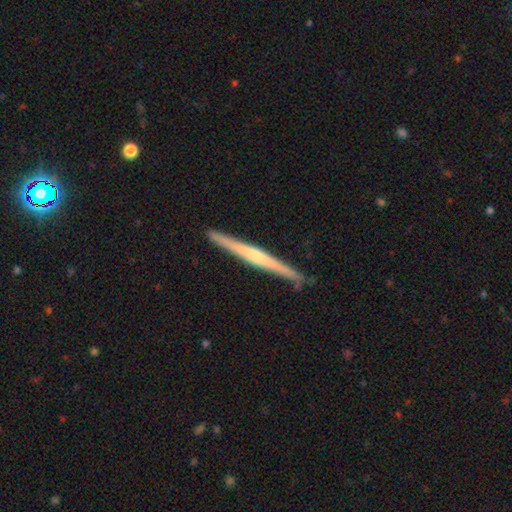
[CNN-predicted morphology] Smooth or featured? Predicted: featured or disk (p=0.64). Edge-on disk? Predicted: yes (p=0.98). Edge-on bulge? Predicted: rounded (p=0.45). Merging? Predicted: none (p=0.89).